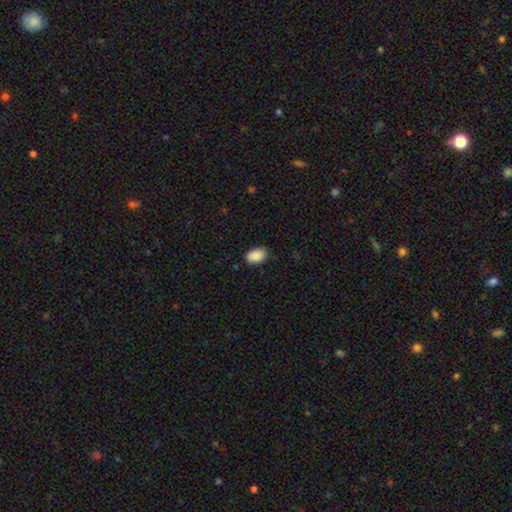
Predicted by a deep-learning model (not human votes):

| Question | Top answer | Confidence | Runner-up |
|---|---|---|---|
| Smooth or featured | smooth | 89% | star or artifact (7%) |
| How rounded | in between | 89% | round (10%) |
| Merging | none | 84% | minor disturbance (13%) |